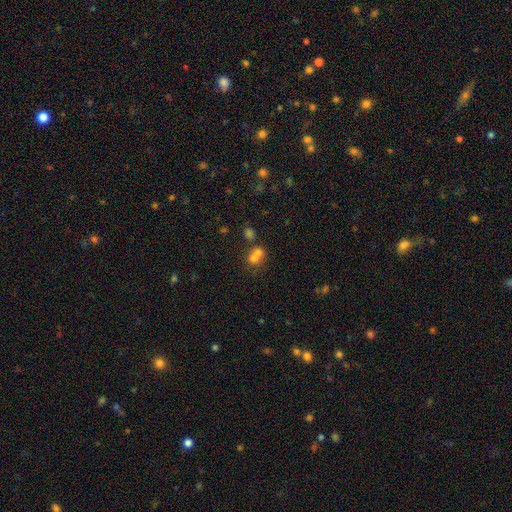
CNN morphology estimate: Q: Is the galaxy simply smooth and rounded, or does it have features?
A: smooth — 65%.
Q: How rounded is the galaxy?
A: round — 76%.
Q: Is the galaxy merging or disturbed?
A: merger — 62%.